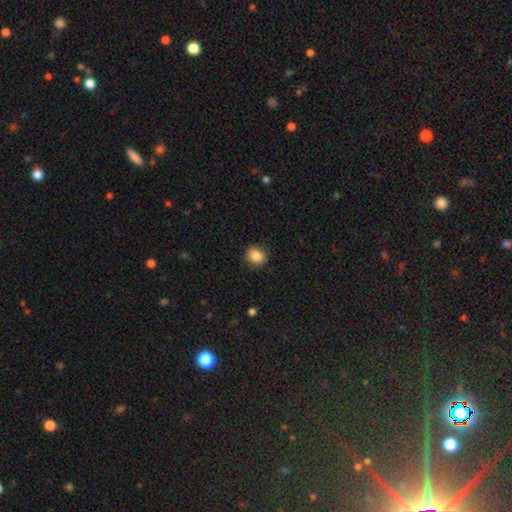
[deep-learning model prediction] Smooth or featured? Predicted: smooth (p=0.85). How rounded? Predicted: round (p=0.60). Merging? Predicted: none (p=0.84).